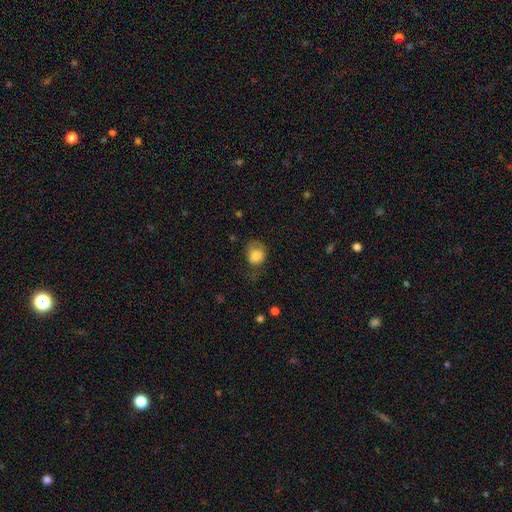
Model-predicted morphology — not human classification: A smooth galaxy with no disk features (81%) that is round (58%). Merging: none (42%).